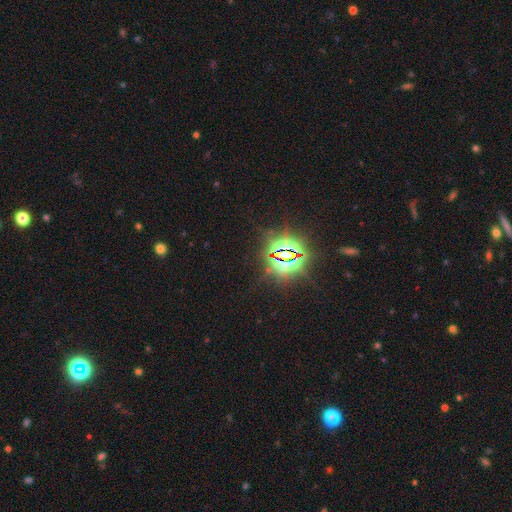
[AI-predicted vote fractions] Overall: star or artifact (85%).